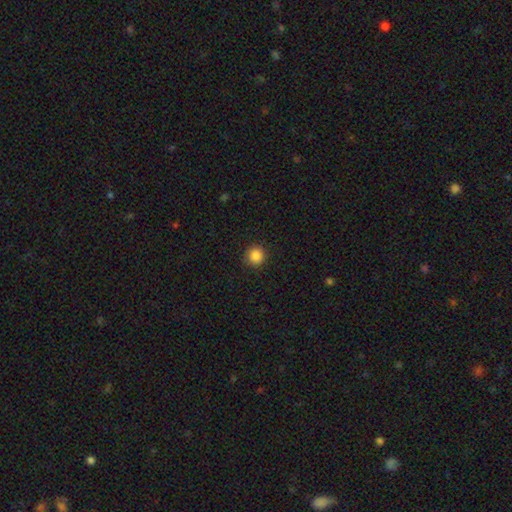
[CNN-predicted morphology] smooth_or_featured: smooth (p=0.86) [alt: star or artifact p=0.10]
how_rounded: round (p=0.95) [alt: in between p=0.05]
merging: none (p=0.91) [alt: minor disturbance p=0.06]